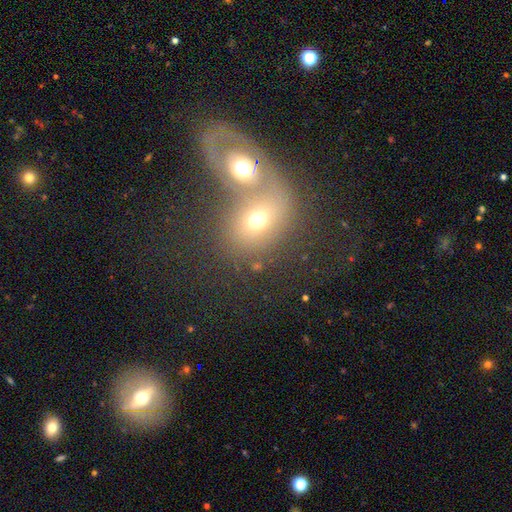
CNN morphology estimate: Overall: smooth (47%; featured or disk 41%). Merging: merger (69%).